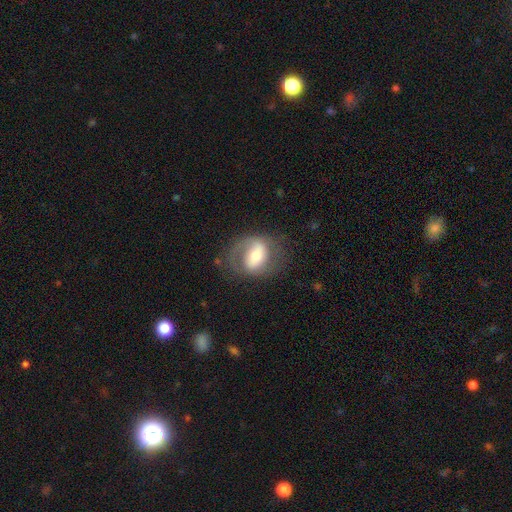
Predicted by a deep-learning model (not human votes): Smooth or featured? featured or disk (62%)
Edge-on disk? no (95%)
Bar? strong (39%)
Spiral arms? yes (75%)
Bulge size? moderate (59%)
Merging? none (61%)